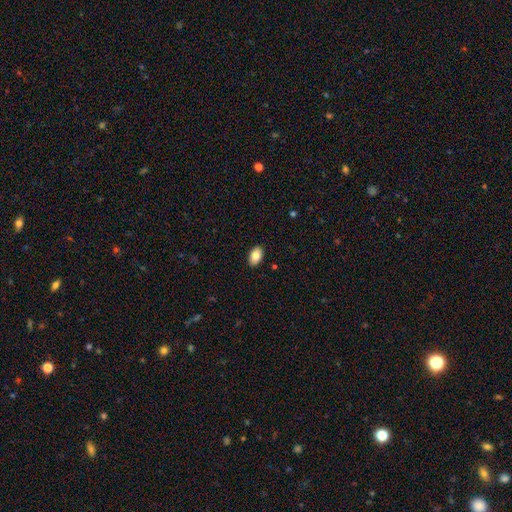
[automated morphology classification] Smooth or featured? Predicted: smooth (p=0.84). How rounded? Predicted: in between (p=0.92). Merging? Predicted: none (p=0.89).